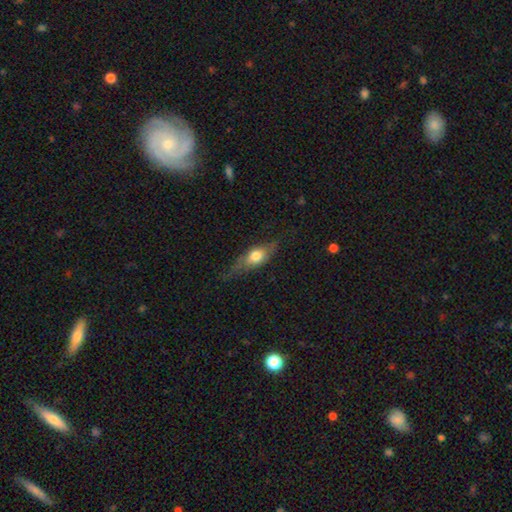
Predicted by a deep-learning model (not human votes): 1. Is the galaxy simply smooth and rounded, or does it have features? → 55% smooth, 38% featured or disk, 7% star or artifact.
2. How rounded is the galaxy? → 63% in between, 29% cigar-shaped, 8% round.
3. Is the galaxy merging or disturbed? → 62% none, 26% minor disturbance, 10% major disturbance, 2% merger.